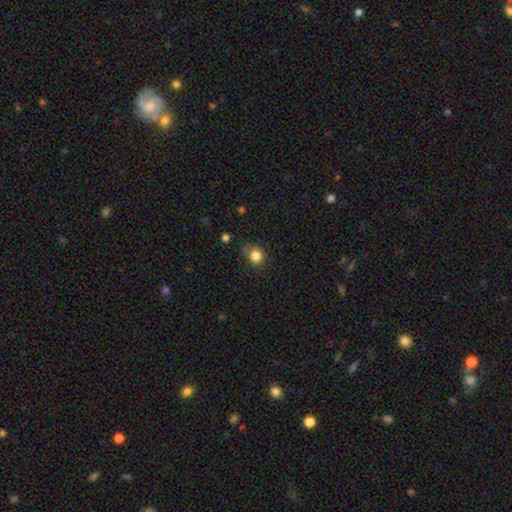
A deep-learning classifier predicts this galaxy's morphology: Smooth or featured: smooth — 83% (star or artifact — 12%)
How rounded: round — 85% (in between — 14%)
Merging: none — 70% (minor disturbance — 21%)